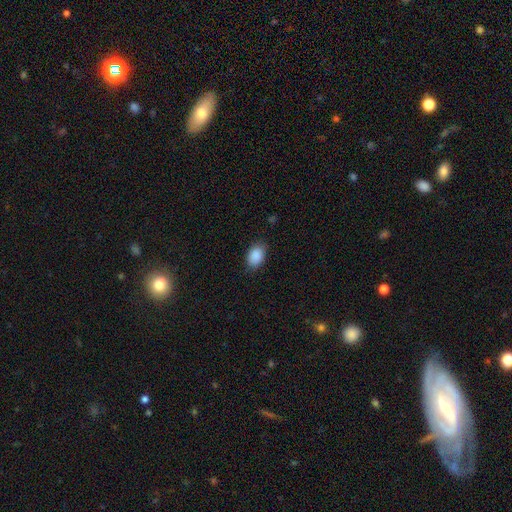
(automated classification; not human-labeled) Smooth or featured? smooth (90%)
How rounded? in between (84%)
Merging? none (83%)